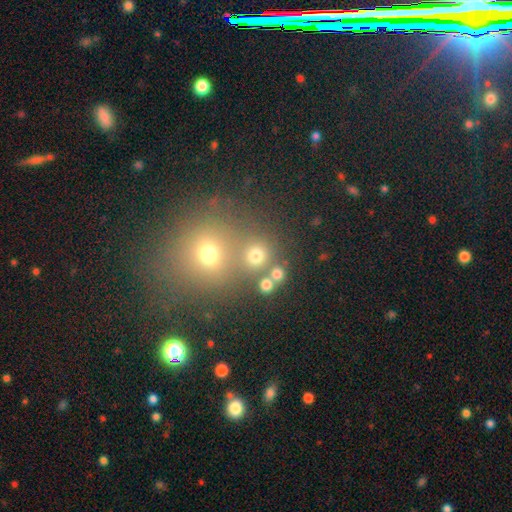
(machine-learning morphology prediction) Overall: smooth (73%). How rounded: round (86%). Merging: none (61%; merger 27%).